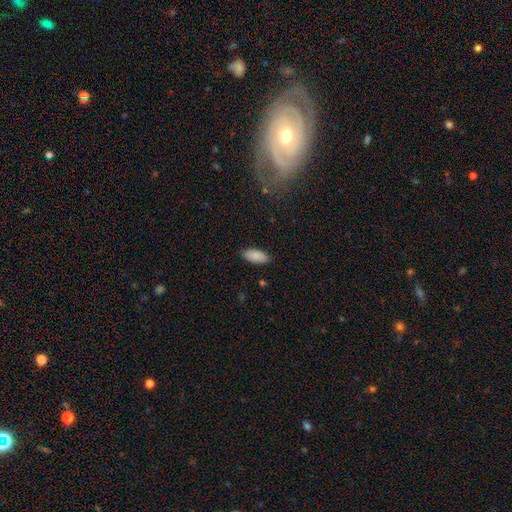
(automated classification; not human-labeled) A smooth galaxy with no disk features (89%) that is in between round and cigar-shaped (91%).

Vote fractions:
- Smooth or featured? smooth: 89% / star or artifact: 6% / featured or disk: 5%
- How rounded? in between: 91% / cigar-shaped: 7% / round: 2%
- Merging? none: 87% / minor disturbance: 10% / major disturbance: 2% / merger: 1%